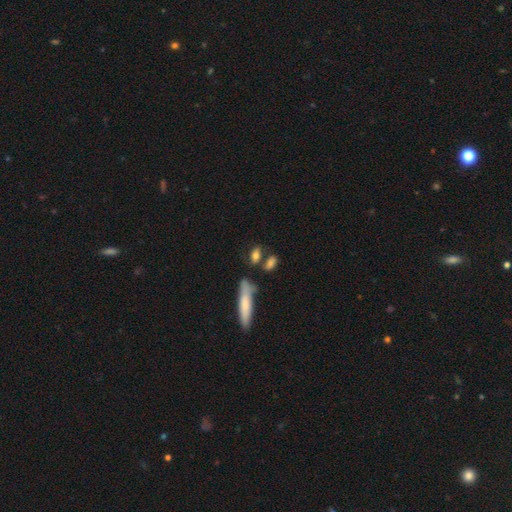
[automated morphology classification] Smooth or featured? Predicted: smooth (p=0.74). How rounded? Predicted: in between (p=0.68). Merging? Predicted: none (p=0.58).